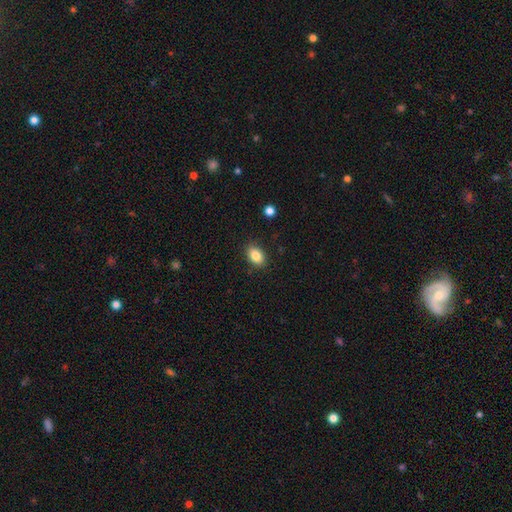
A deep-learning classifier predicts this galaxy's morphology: type=smooth (85%); roundness=in between (84%); merging=none (86%).